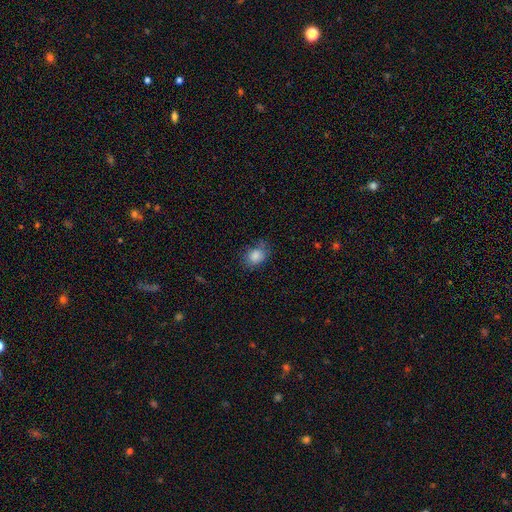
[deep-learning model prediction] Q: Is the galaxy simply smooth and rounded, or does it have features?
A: smooth — 83%.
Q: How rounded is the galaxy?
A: in between — 58%.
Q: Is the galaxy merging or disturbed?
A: none — 64%.